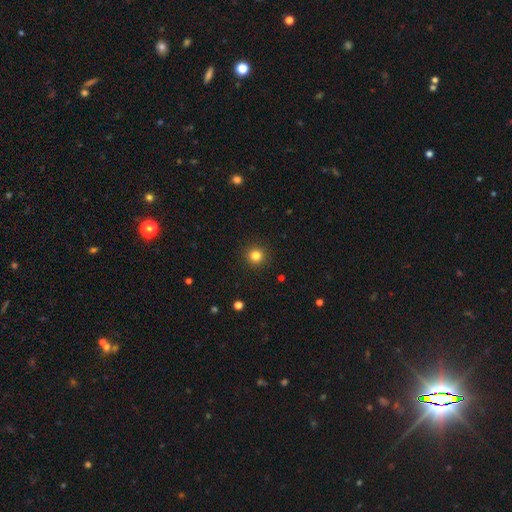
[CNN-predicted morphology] A smooth galaxy with no disk features (82%) that is round (95%). Merging: none (92%).